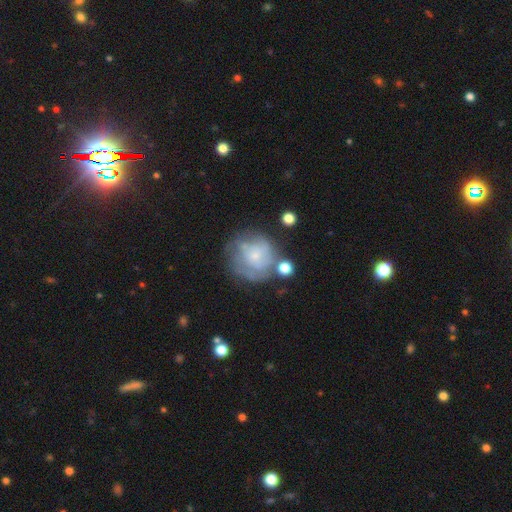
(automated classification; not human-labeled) A featured or disk galaxy (55%) with no bar (84%), spiral arms (59%) and a small central bulge (75%). Merging: none (53%).